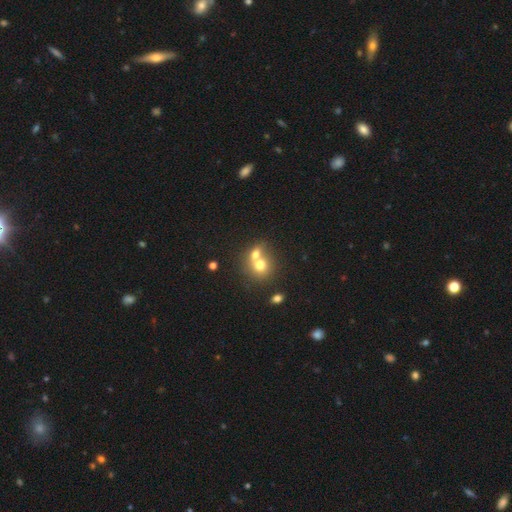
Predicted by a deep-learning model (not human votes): A smooth galaxy with no disk features (64%) that is round (76%). Merging: merger (58%).